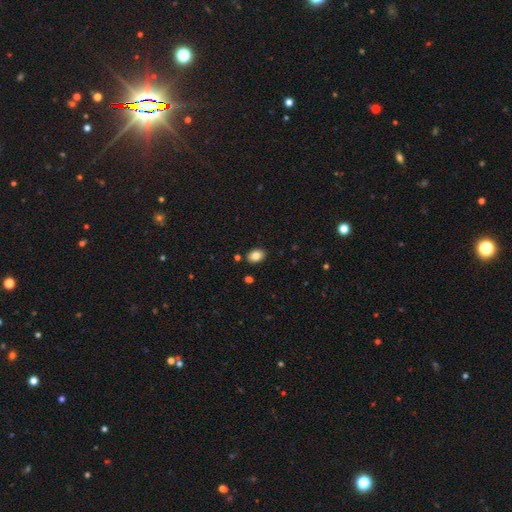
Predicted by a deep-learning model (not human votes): smooth 84%, star or artifact 9%, featured or disk 7%. Down the decision tree: how rounded — in between (75%); merging — none (86%).